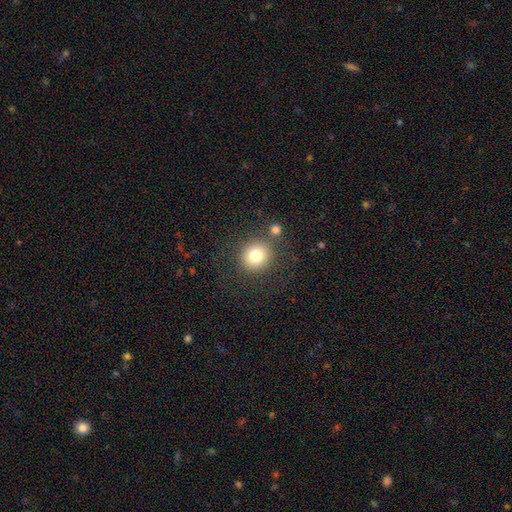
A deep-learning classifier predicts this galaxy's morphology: Smooth or featured? smooth (79%)
How rounded? round (91%)
Merging? none (78%)